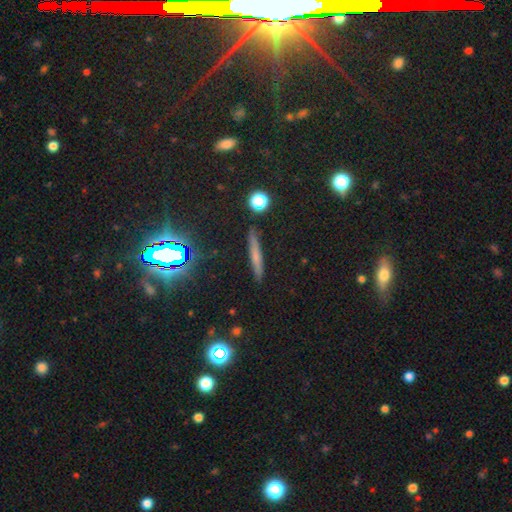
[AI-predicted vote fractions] Overall: smooth (54%; featured or disk 29%). How rounded: cigar-shaped (91%). Merging: none (89%).